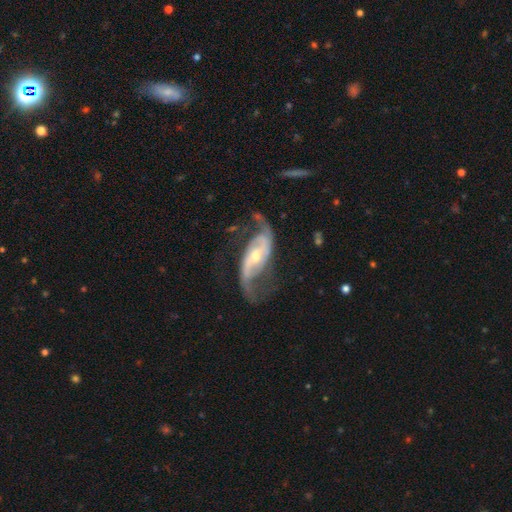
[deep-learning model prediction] Smooth or featured? featured or disk (90%)
Edge-on disk? no (95%)
Bar? weak (35%)
Spiral arms? yes (96%)
Spiral winding? loose (60%)
Spiral arm count? 2 (92%)
Bulge size? small (48%)
Merging? none (67%)